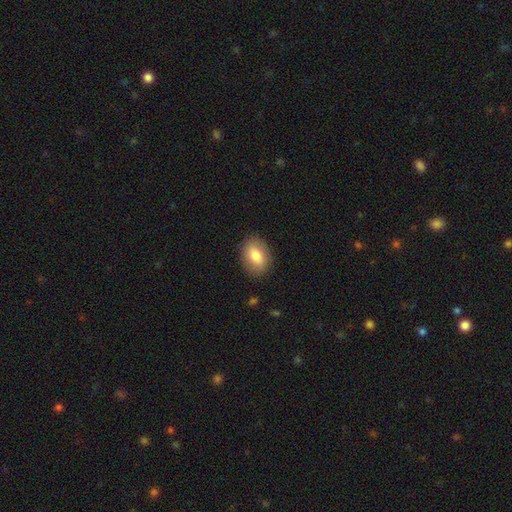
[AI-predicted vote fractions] smooth-or-featured: smooth: 78% | featured or disk: 15% | star or artifact: 7%
  how-rounded: in between: 78% | round: 20% | cigar-shaped: 2%
  merging: none: 85% | minor disturbance: 11% | major disturbance: 3% | merger: 1%